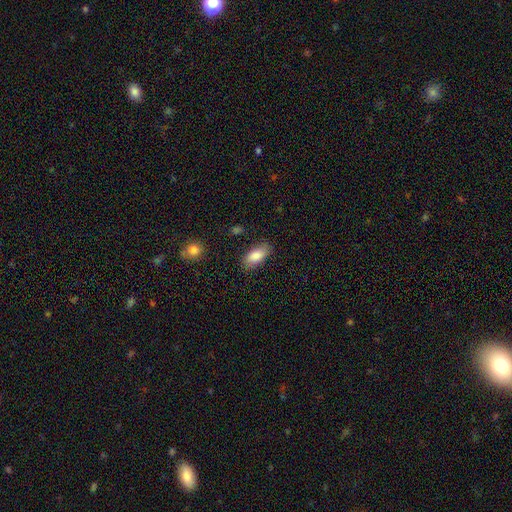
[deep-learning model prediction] A smooth galaxy with no disk features (84%) that is in between round and cigar-shaped (89%). Merging: none (83%).